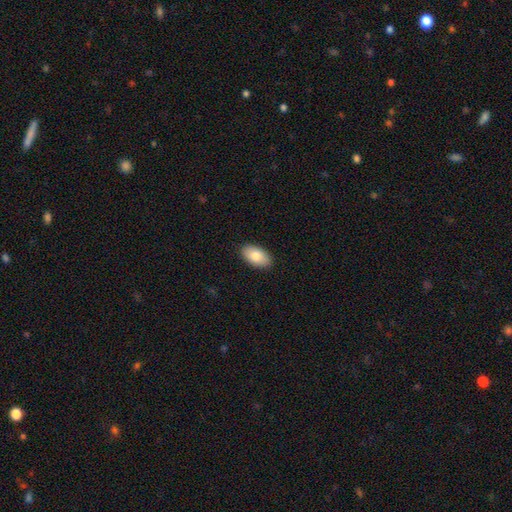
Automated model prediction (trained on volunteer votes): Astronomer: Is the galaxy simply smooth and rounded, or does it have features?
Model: smooth — 83%.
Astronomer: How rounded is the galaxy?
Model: in between — 94%.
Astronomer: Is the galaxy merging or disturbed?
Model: none — 90%.